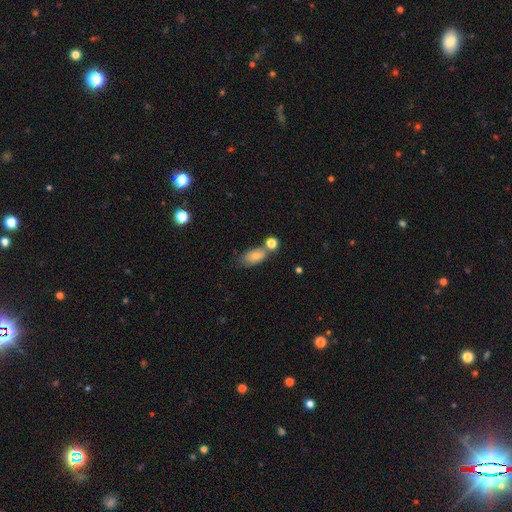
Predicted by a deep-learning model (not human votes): smooth-or-featured: smooth: 78% | featured or disk: 13% | star or artifact: 9%
  how-rounded: in between: 87% | round: 8% | cigar-shaped: 5%
  merging: none: 50% | merger: 24% | minor disturbance: 19% | major disturbance: 7%